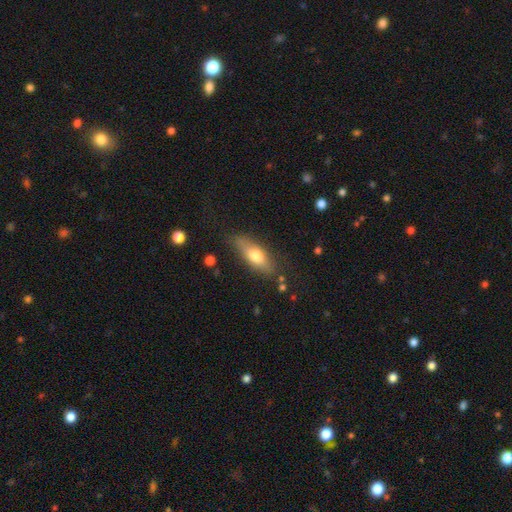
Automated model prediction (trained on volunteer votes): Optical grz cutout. It shows a smooth galaxy with no disk features (67%) that is in between round and cigar-shaped (65%). Merging: none (75%).